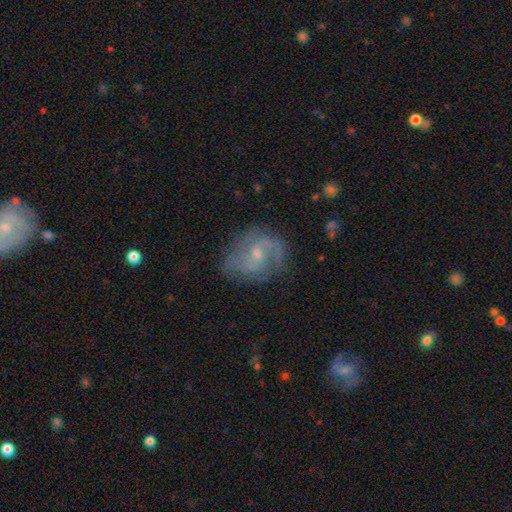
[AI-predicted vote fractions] Smooth or featured? Predicted: featured or disk (p=0.74). Edge-on disk? Predicted: no (p=0.97). Bar? Predicted: weak (p=0.48). Spiral arms? Predicted: yes (p=0.89). Spiral winding? Predicted: medium (p=0.48). Spiral arm count? Predicted: 2 (p=0.67). Bulge size? Predicted: small (p=0.59). Merging? Predicted: none (p=0.65).